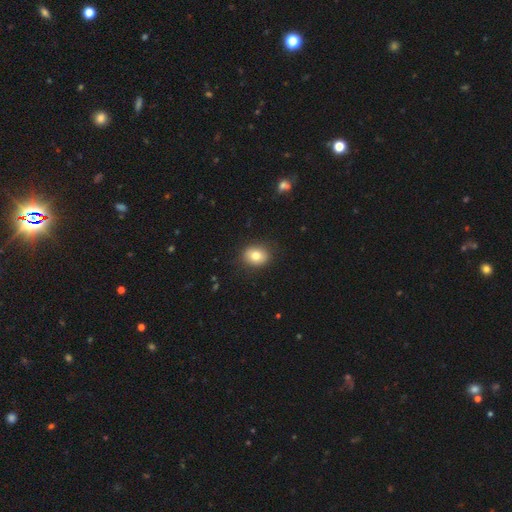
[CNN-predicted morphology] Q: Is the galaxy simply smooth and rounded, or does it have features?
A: smooth — 80%.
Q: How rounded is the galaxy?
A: round — 53%.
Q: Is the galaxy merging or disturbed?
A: none — 87%.